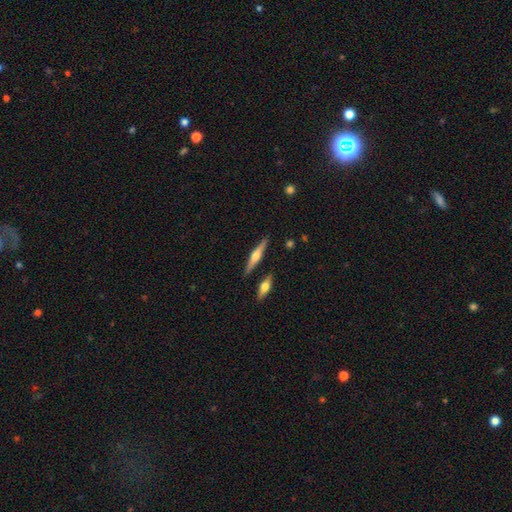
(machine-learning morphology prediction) Overall: featured or disk (71%). Edge-on disk: yes (98%). Edge-on bulge: rounded (92%). Merging: none (87%).